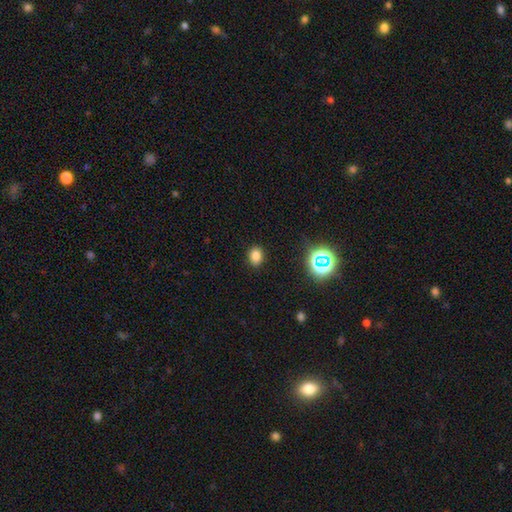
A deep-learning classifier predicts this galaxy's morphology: This is likely a smooth galaxy (79%). How rounded: possibly in between (56%). Merging: clearly none (89%).